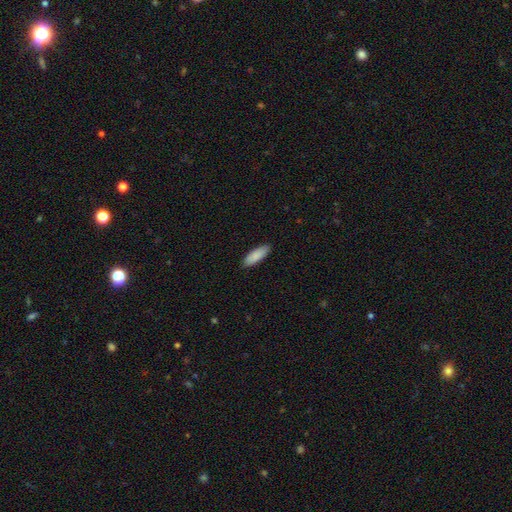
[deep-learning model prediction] Smooth or featured?
  - smooth: 88% *
  - featured or disk: 6%
  - star or artifact: 5%
How rounded?
  - in between: 66% *
  - cigar-shaped: 33%
  - round: 2%
Merging?
  - none: 89% *
  - minor disturbance: 9%
  - major disturbance: 2%
  - merger: 1%